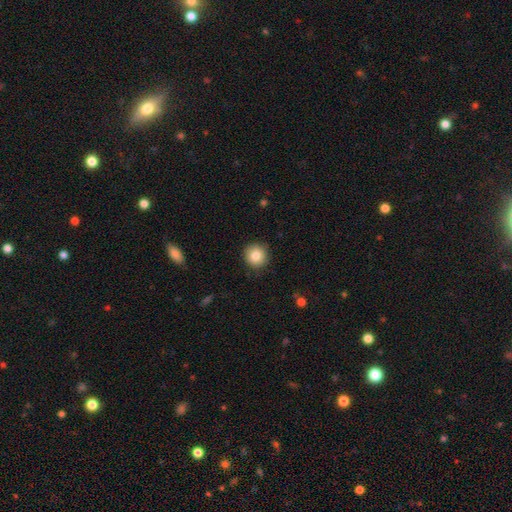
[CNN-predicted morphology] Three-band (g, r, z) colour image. It shows a smooth galaxy with no disk features (84%) that is round (93%). Merging: none (90%).